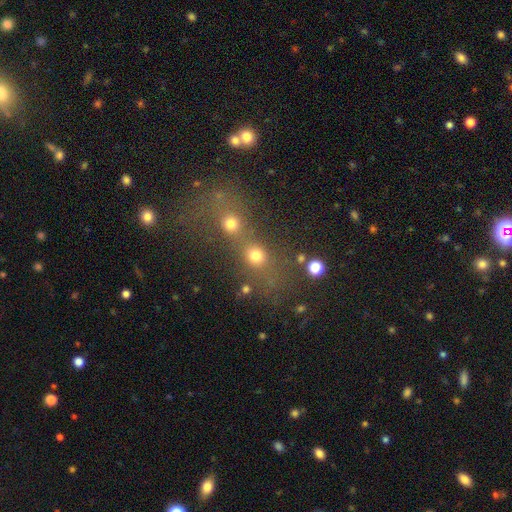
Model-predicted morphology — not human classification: smooth_or_featured: smooth (p=0.70) [alt: star or artifact p=0.19]
how_rounded: round (p=0.78) [alt: in between p=0.18]
merging: merger (p=0.50) [alt: none p=0.37]